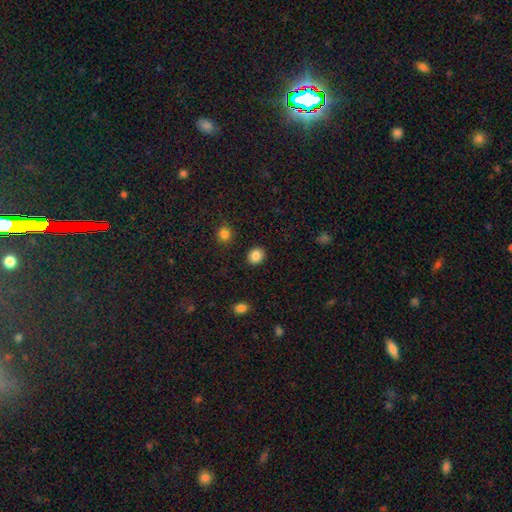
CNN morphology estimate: smooth_or_featured: smooth (p=0.86) [alt: star or artifact p=0.09]
how_rounded: round (p=0.73) [alt: in between p=0.26]
merging: none (p=0.90) [alt: minor disturbance p=0.06]